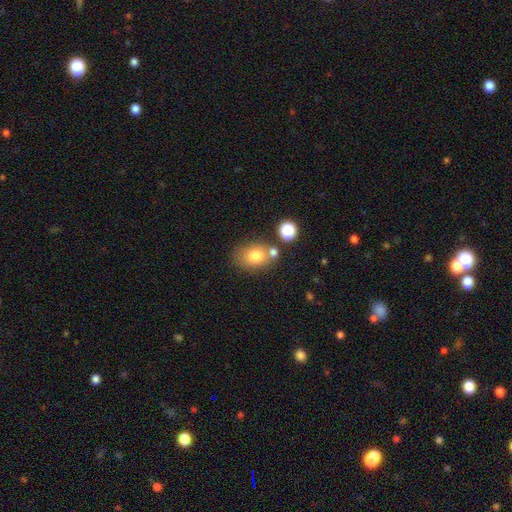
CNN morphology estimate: Smooth or featured: smooth — 78% (featured or disk — 12%)
How rounded: in between — 63% (round — 36%)
Merging: none — 59% (merger — 20%)